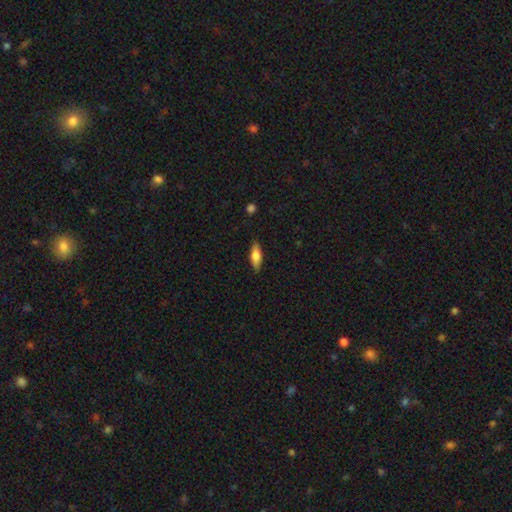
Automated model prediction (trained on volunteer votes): Smooth or featured?
  - smooth: 69% *
  - featured or disk: 25%
  - star or artifact: 6%
How rounded?
  - in between: 60% *
  - cigar-shaped: 38%
  - round: 3%
Merging?
  - none: 84% *
  - minor disturbance: 12%
  - major disturbance: 2%
  - merger: 1%